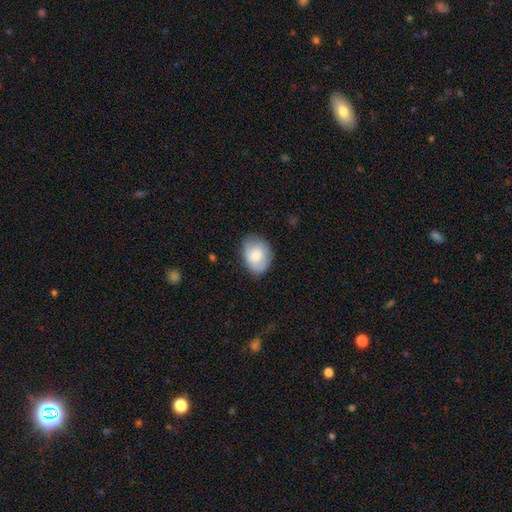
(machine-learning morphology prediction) smooth-or-featured: smooth: 78% | featured or disk: 16% | star or artifact: 6%
  how-rounded: in between: 74% | round: 25% | cigar-shaped: 1%
  merging: none: 76% | minor disturbance: 19% | major disturbance: 4% | merger: 1%